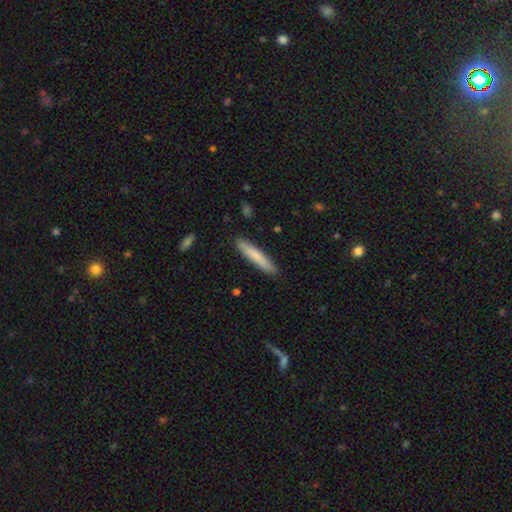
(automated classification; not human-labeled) A smooth galaxy with no disk features (78%) that is cigar-shaped (92%). Merging: none (89%).